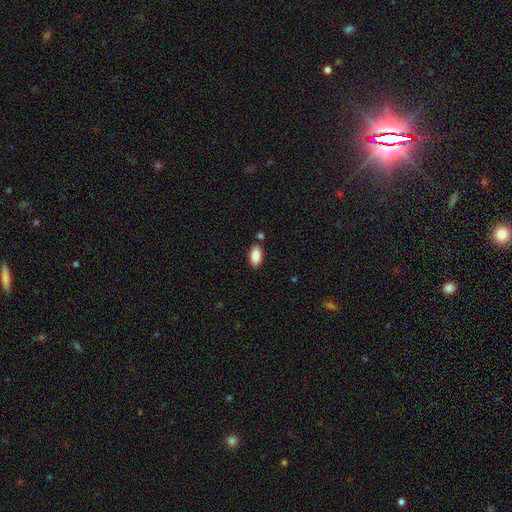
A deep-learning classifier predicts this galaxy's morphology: Smooth or featured: smooth — 89% (star or artifact — 7%)
How rounded: in between — 94% (round — 3%)
Merging: none — 80% (minor disturbance — 11%)